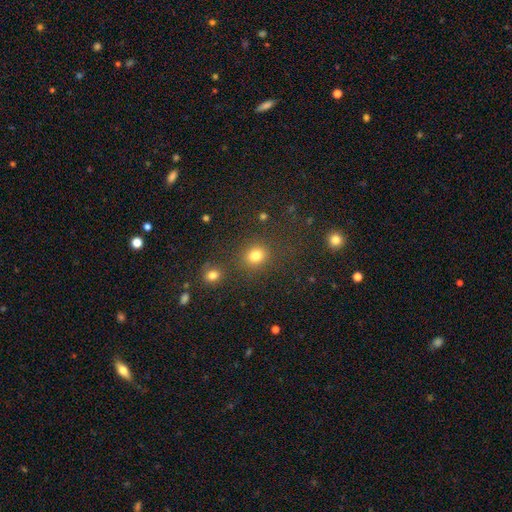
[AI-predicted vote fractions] Overall: smooth (79%). How rounded: round (75%). Merging: none (79%).